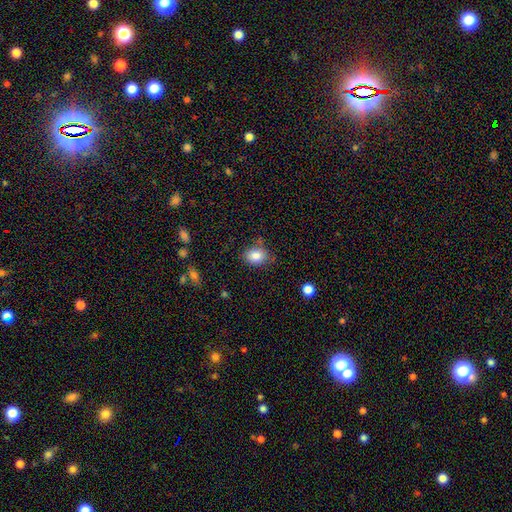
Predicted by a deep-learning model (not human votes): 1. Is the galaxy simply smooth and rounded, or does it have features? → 84% smooth, 9% star or artifact, 7% featured or disk.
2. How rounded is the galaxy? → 60% in between, 39% round, 1% cigar-shaped.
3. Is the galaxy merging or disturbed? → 73% none, 19% minor disturbance, 4% major disturbance, 4% merger.